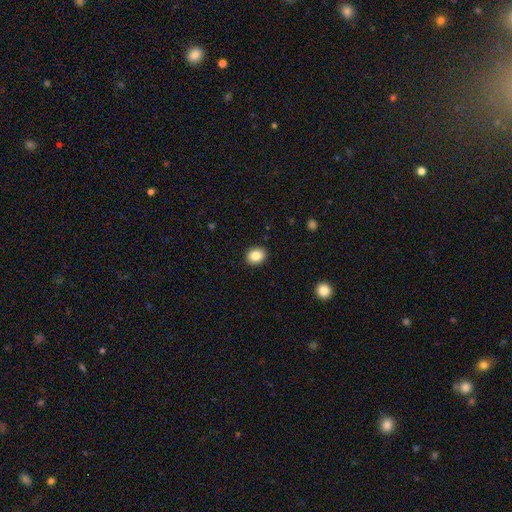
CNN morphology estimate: Smooth or featured? Predicted: smooth (p=0.87). How rounded? Predicted: round (p=0.53). Merging? Predicted: none (p=0.91).